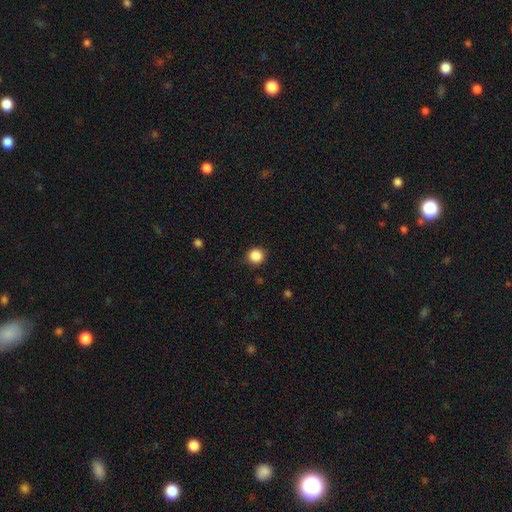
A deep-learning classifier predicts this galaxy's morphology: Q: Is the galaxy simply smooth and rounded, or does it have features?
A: smooth — 87%.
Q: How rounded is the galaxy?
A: round — 94%.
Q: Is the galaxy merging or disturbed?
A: none — 90%.